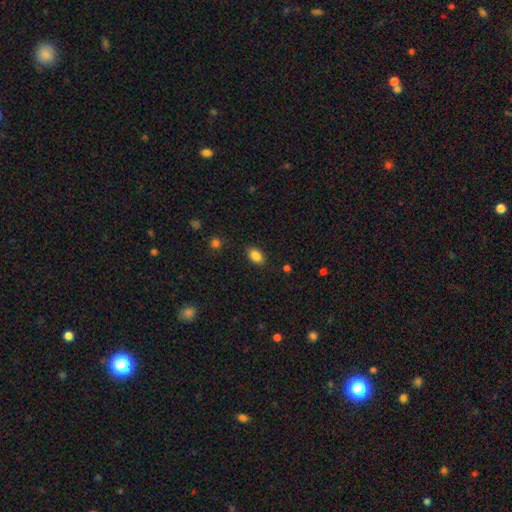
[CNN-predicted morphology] A smooth galaxy with no disk features (86%) that is in between round and cigar-shaped (88%). Merging: none (85%).